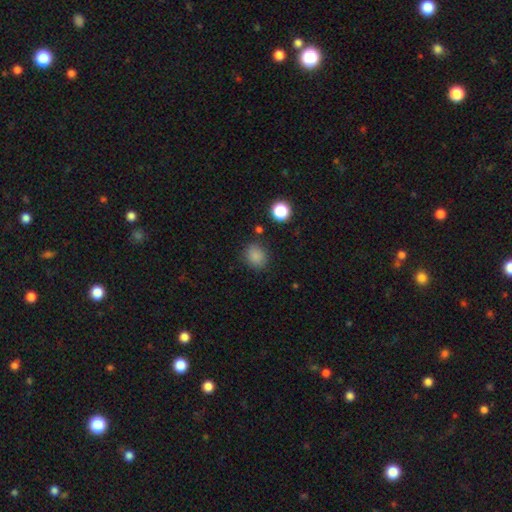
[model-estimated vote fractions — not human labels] Smooth or featured? Predicted: smooth (p=0.83). How rounded? Predicted: round (p=0.71). Merging? Predicted: none (p=0.83).